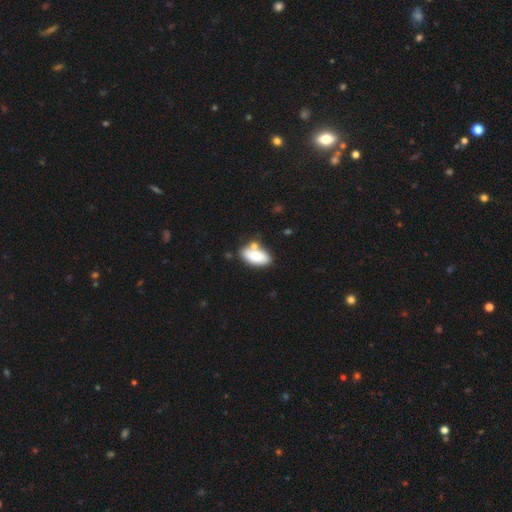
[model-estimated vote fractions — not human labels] smooth_or_featured: smooth (p=0.78) [alt: featured or disk p=0.15]
how_rounded: in between (p=0.93) [alt: cigar-shaped p=0.04]
merging: none (p=0.54) [alt: merger p=0.23]